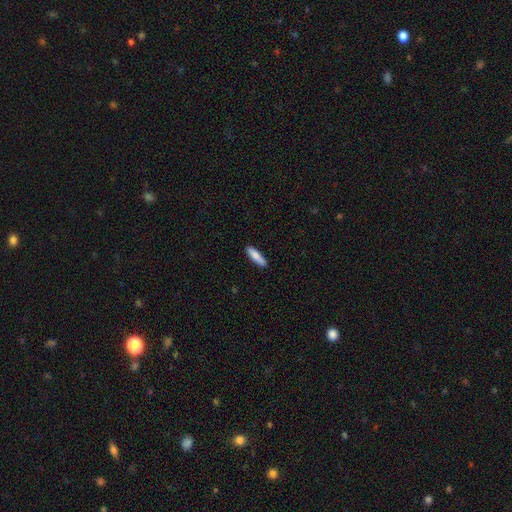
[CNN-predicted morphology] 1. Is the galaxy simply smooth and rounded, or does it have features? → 83% smooth, 11% featured or disk, 6% star or artifact.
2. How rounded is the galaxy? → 72% cigar-shaped, 26% in between, 2% round.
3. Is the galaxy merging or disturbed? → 88% none, 9% minor disturbance, 2% major disturbance, 1% merger.